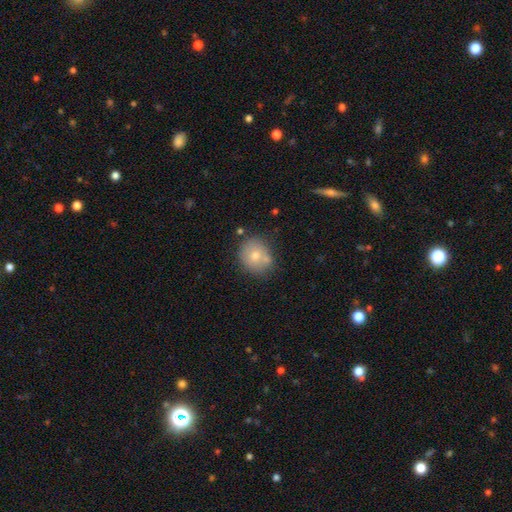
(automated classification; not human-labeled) Smooth or featured? smooth (73%)
How rounded? round (76%)
Merging? none (65%)